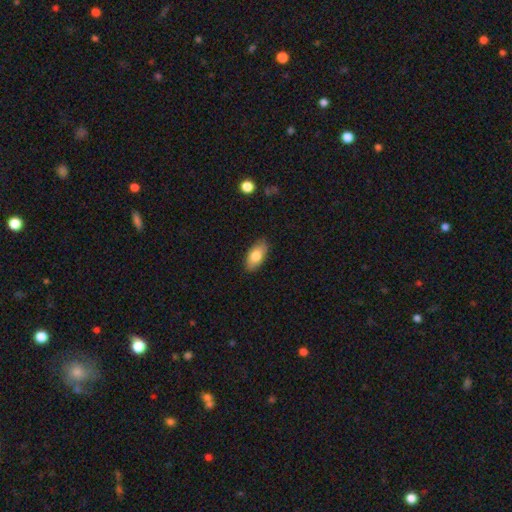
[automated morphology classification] This is likely a smooth galaxy (80%). How rounded: clearly in between (92%). Merging: clearly none (85%).